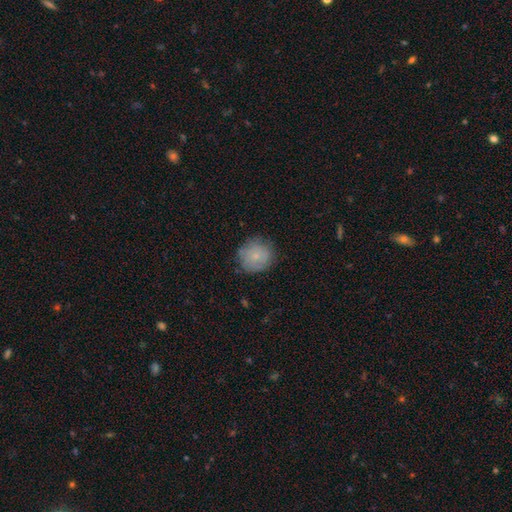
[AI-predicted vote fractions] A smooth galaxy with no disk features (74%) that is round (89%). Merging: none (78%).